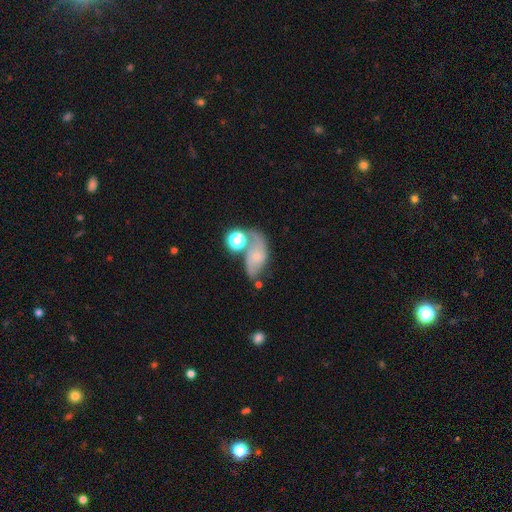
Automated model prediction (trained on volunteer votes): Smooth or featured?
  - featured or disk: 58% *
  - smooth: 31%
  - star or artifact: 11%
Edge-on disk?
  - no: 95% *
  - yes: 5%
Bar?
  - no: 76% *
  - weak: 19%
  - strong: 5%
Spiral arms?
  - yes: 79% *
  - no: 21%
Bulge size?
  - small: 71% *
  - moderate: 19%
  - none: 6%
  - large: 2%
  - dominant: 1%
Merging?
  - none: 40% *
  - merger: 22%
  - minor disturbance: 22%
  - major disturbance: 16%